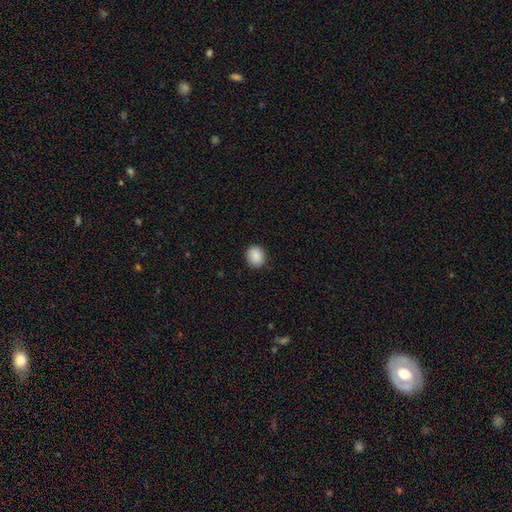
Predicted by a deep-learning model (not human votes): Smooth or featured? smooth (89%)
How rounded? round (67%)
Merging? none (89%)